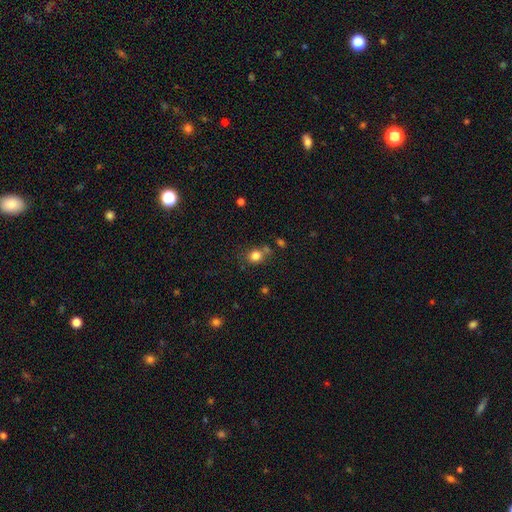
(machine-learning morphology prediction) This appears to be a smooth galaxy with no disk features (81%) that is round (71%). Merging: none (63%).